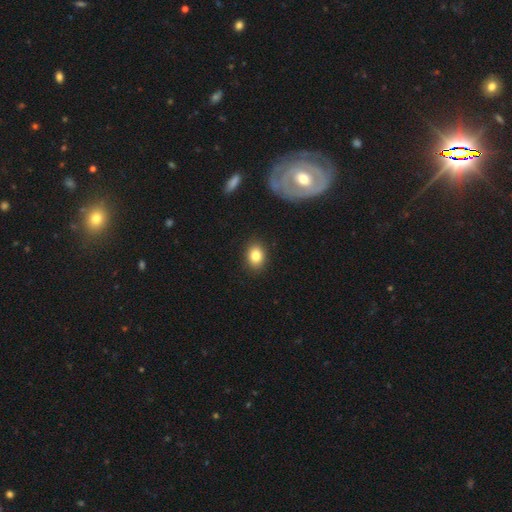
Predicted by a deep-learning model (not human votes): Smooth or featured?
  - smooth: 83% *
  - star or artifact: 9%
  - featured or disk: 8%
How rounded?
  - in between: 59% *
  - round: 40%
  - cigar-shaped: 1%
Merging?
  - none: 89% *
  - minor disturbance: 8%
  - major disturbance: 2%
  - merger: 1%